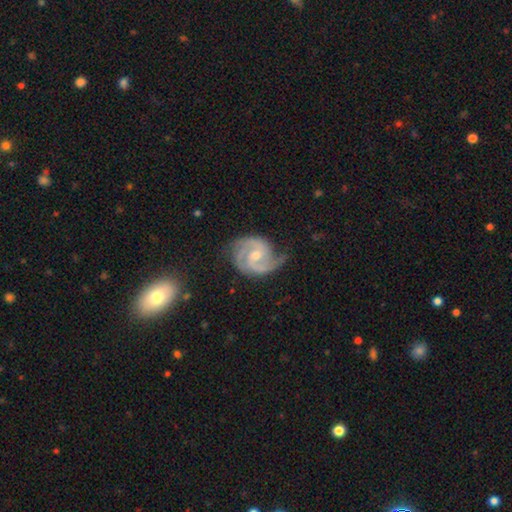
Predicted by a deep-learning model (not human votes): Smooth or featured?
  - featured or disk: 90% *
  - smooth: 5%
  - star or artifact: 4%
Edge-on disk?
  - no: 98% *
  - yes: 2%
Bar?
  - weak: 48% *
  - no: 42%
  - strong: 10%
Spiral arms?
  - yes: 98% *
  - no: 2%
Spiral winding?
  - medium: 47% *
  - tight: 42%
  - loose: 10%
Spiral arm count?
  - 2: 62% *
  - 3: 23%
  - can't tell: 6%
  - 1: 3%
  - 4: 3%
  - more than 4: 3%
Bulge size?
  - moderate: 54% *
  - small: 42%
  - none: 2%
  - large: 2%
  - dominant: 1%
Merging?
  - none: 65% *
  - minor disturbance: 25%
  - major disturbance: 9%
  - merger: 2%